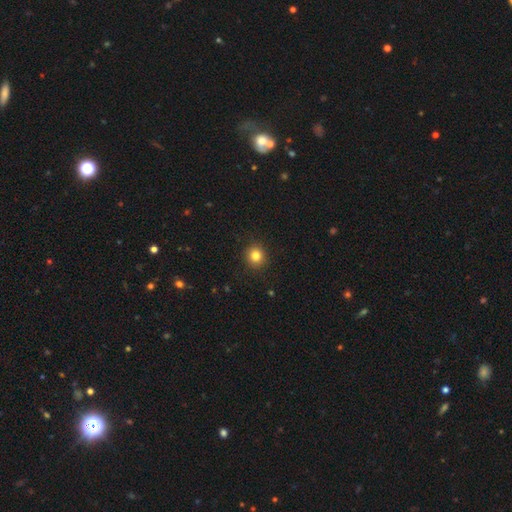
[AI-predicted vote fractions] Morphology: type=smooth (83%); roundness=round (90%); merging=none (91%).